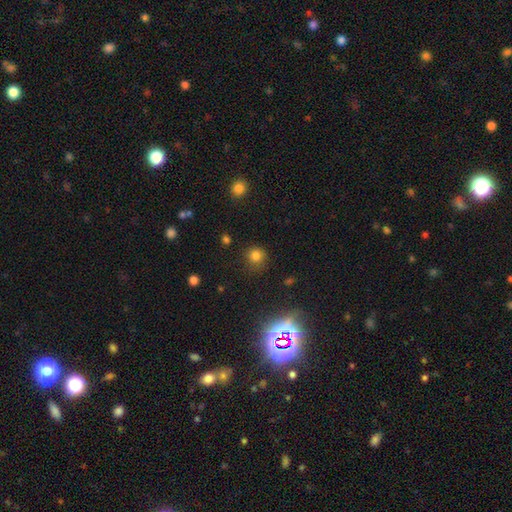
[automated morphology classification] Smooth or featured?
  - smooth: 76% *
  - star or artifact: 19%
  - featured or disk: 5%
How rounded?
  - round: 89% *
  - in between: 10%
  - cigar-shaped: 1%
Merging?
  - none: 81% *
  - minor disturbance: 12%
  - major disturbance: 4%
  - merger: 2%